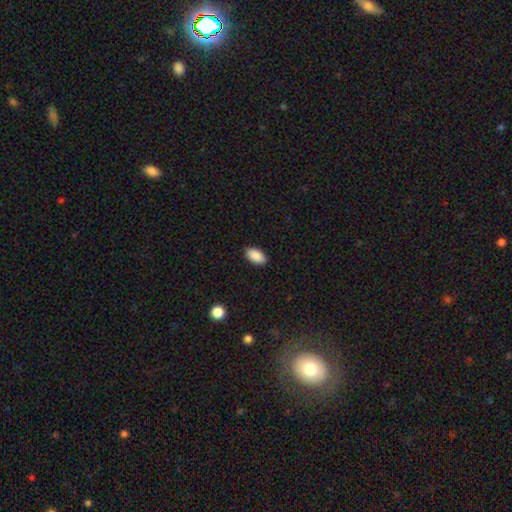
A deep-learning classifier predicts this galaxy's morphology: type=smooth (90%); roundness=in between (94%); merging=none (89%).